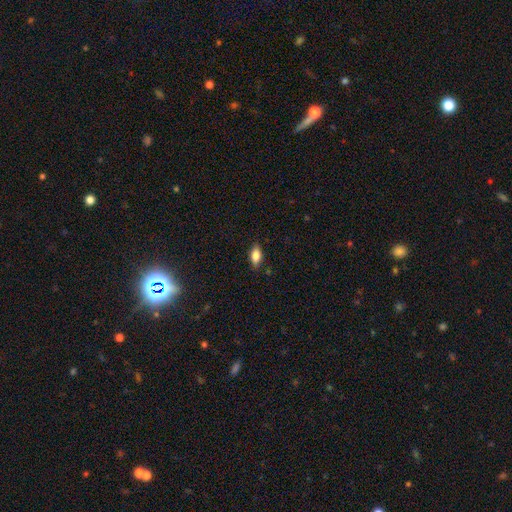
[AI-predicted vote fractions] smooth-or-featured: smooth: 80% | featured or disk: 12% | star or artifact: 8%
  how-rounded: in between: 86% | cigar-shaped: 10% | round: 4%
  merging: none: 84% | minor disturbance: 12% | major disturbance: 2% | merger: 1%